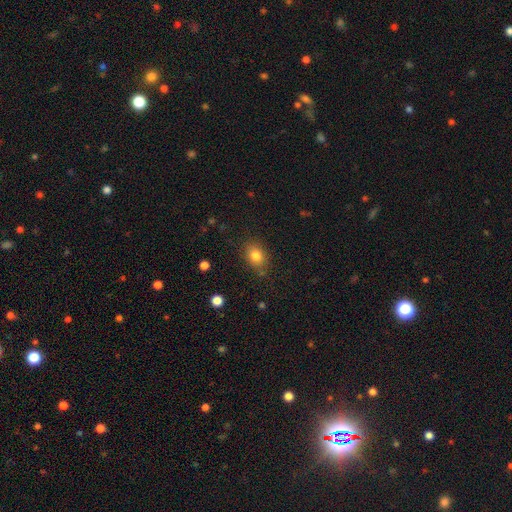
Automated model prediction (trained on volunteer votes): A smooth galaxy with no disk features (81%) that is in between round and cigar-shaped (59%).

Vote fractions:
- Smooth or featured? smooth: 81% / star or artifact: 11% / featured or disk: 8%
- How rounded? in between: 59% / round: 39% / cigar-shaped: 1%
- Merging? none: 78% / minor disturbance: 15% / major disturbance: 4% / merger: 3%